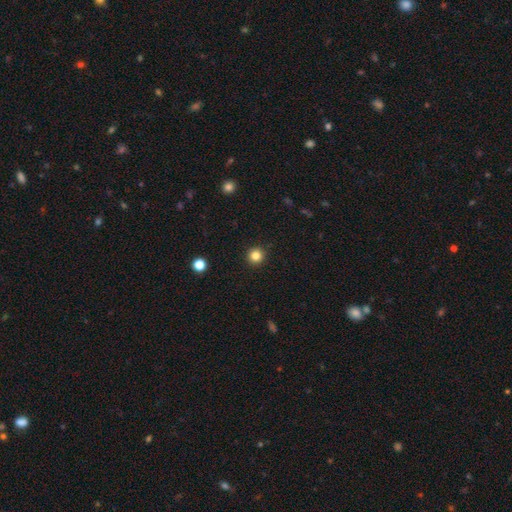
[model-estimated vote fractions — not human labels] Morphology: type=smooth (83%); roundness=round (95%); merging=none (93%).